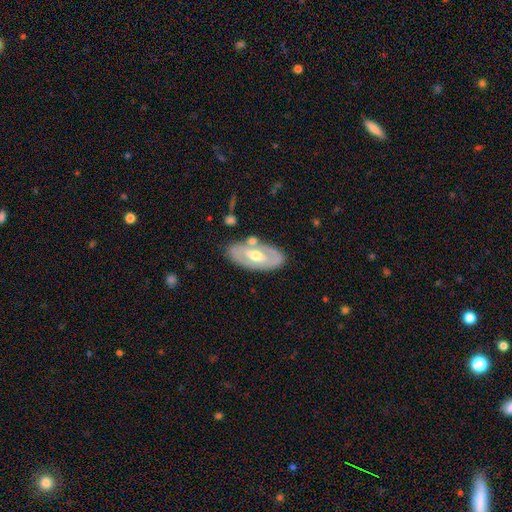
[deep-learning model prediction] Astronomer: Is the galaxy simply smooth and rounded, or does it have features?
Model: featured or disk — 68%.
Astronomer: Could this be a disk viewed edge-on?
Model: no — 88%.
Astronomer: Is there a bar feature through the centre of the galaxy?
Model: no — 41% (runner-up: weak, 34%).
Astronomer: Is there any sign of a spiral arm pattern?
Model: no — 59% (runner-up: yes, 41%).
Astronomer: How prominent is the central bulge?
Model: moderate — 73%.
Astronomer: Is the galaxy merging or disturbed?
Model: none — 76%.